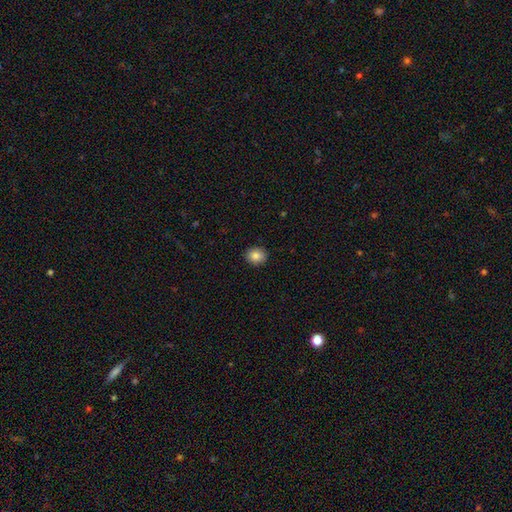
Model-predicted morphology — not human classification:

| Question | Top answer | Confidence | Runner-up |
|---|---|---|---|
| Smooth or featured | smooth | 85% | star or artifact (9%) |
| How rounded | round | 69% | in between (30%) |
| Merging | none | 90% | minor disturbance (7%) |